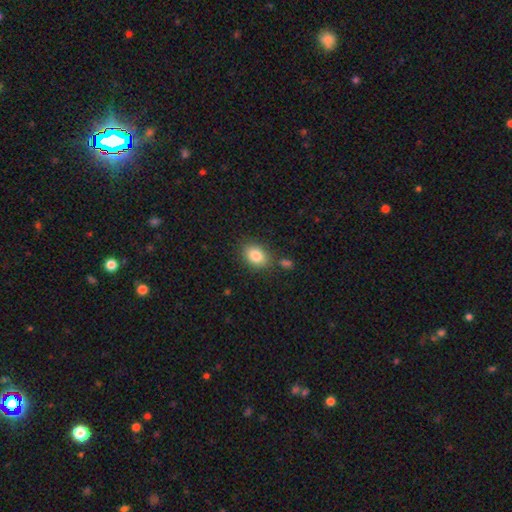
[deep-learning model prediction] Q: Smooth or featured?
A: smooth (84%); runner-up: star or artifact (8%)
Q: How rounded?
A: in between (78%); runner-up: round (21%)
Q: Merging?
A: none (78%); runner-up: minor disturbance (12%)